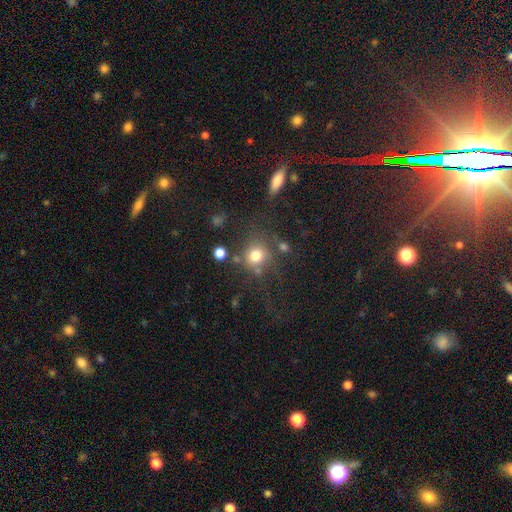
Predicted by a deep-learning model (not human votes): Smooth or featured?
  - smooth: 76% *
  - star or artifact: 15%
  - featured or disk: 9%
How rounded?
  - round: 85% *
  - in between: 14%
  - cigar-shaped: 1%
Merging?
  - none: 66% *
  - minor disturbance: 14%
  - merger: 11%
  - major disturbance: 9%